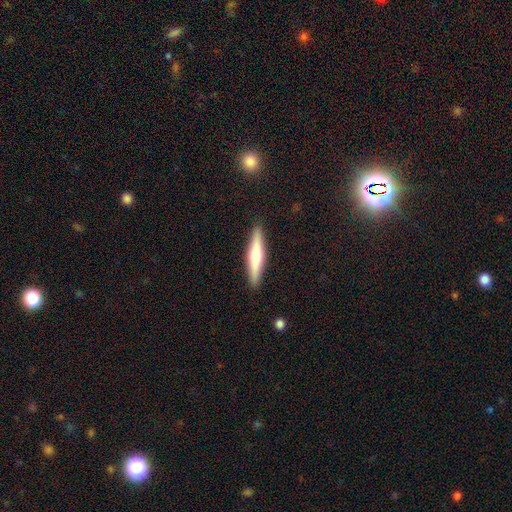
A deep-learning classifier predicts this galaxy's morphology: Smooth or featured: smooth — 54% (featured or disk — 40%)
How rounded: cigar-shaped — 89% (in between — 9%)
Merging: none — 91% (minor disturbance — 7%)